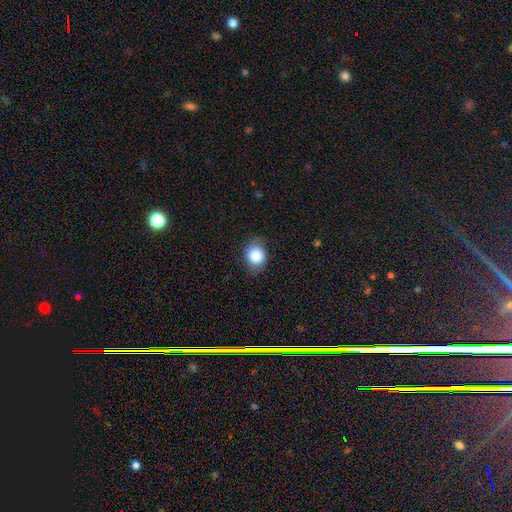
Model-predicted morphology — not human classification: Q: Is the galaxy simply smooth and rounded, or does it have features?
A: smooth — 85%.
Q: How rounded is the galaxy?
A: round — 65%.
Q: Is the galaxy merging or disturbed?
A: none — 76%.